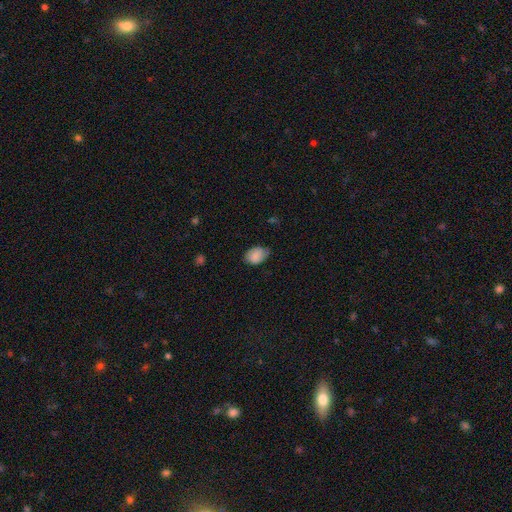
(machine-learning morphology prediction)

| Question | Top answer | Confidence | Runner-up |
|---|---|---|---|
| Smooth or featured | smooth | 85% | featured or disk (8%) |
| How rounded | in between | 80% | round (19%) |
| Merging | none | 56% | minor disturbance (36%) |